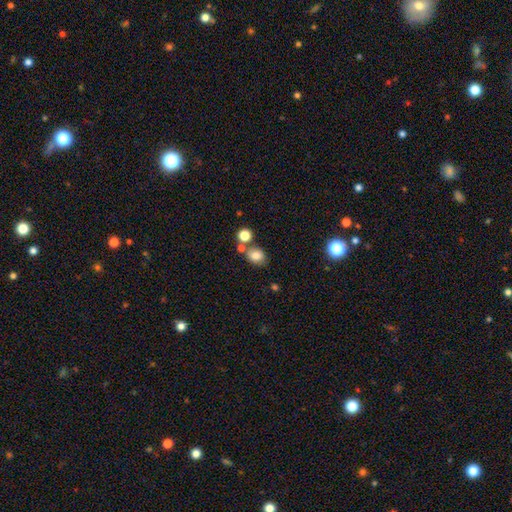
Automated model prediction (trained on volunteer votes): A smooth galaxy with no disk features (80%) that is in between round and cigar-shaped (54%).

Vote fractions:
- Smooth or featured? smooth: 80% / star or artifact: 11% / featured or disk: 9%
- How rounded? in between: 54% / round: 45% / cigar-shaped: 1%
- Merging? none: 61% / merger: 22% / minor disturbance: 13% / major disturbance: 4%